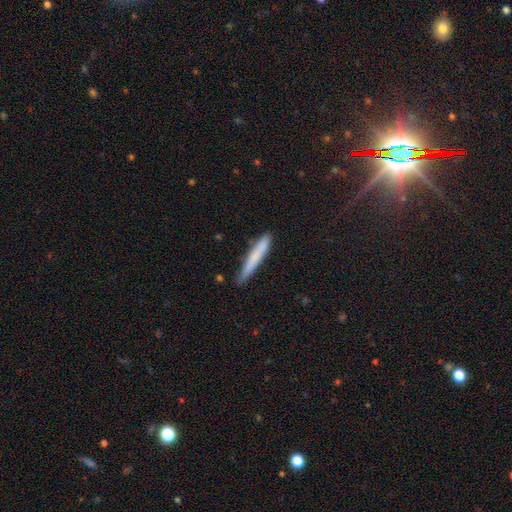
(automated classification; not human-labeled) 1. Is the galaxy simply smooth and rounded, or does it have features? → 72% smooth, 22% featured or disk, 6% star or artifact.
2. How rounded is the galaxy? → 95% cigar-shaped, 4% in between, 1% round.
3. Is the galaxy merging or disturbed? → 77% none, 18% minor disturbance, 3% major disturbance, 2% merger.